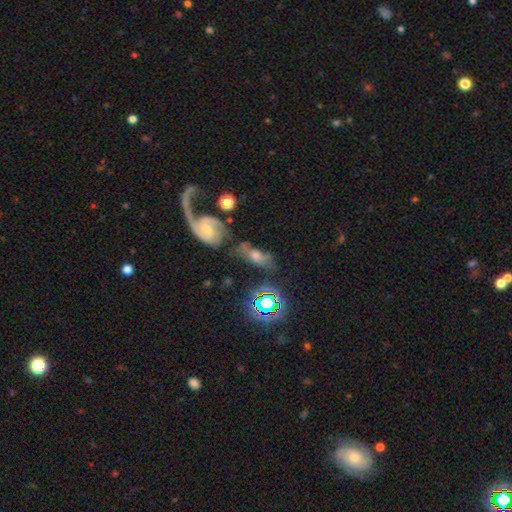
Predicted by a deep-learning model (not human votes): Q: Smooth or featured?
A: featured or disk (42%); runner-up: smooth (37%)
Q: Merging?
A: none (47%); runner-up: minor disturbance (22%)